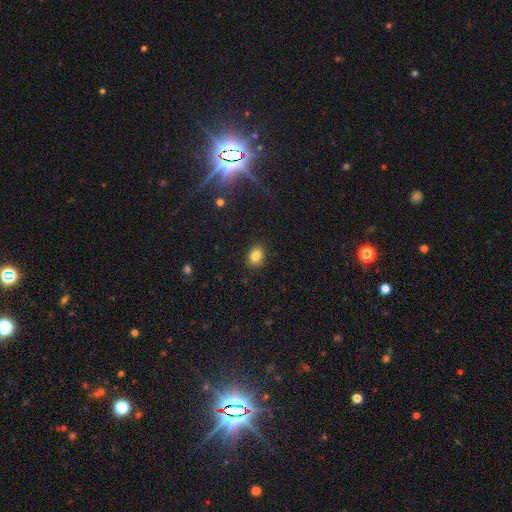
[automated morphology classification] The model was most divided on "how rounded": in between: 57%, round: 42%, cigar-shaped: 1%. More confident: merging — none (88%); smooth or featured — smooth (83%).